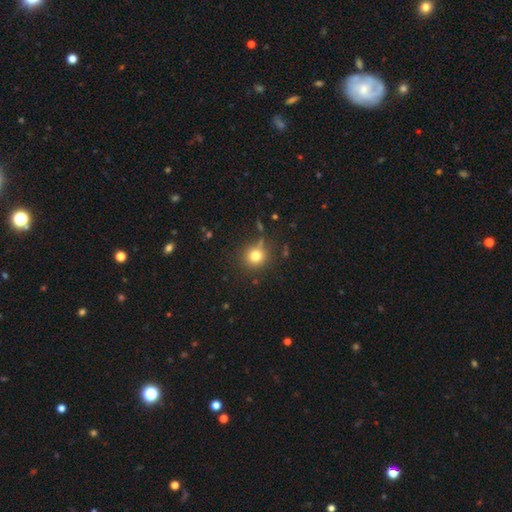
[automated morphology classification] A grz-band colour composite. It shows a smooth galaxy with no disk features (77%) that is round (91%). Merging: none (79%).